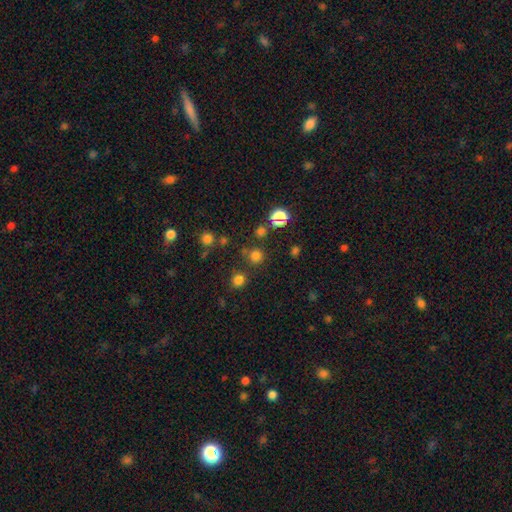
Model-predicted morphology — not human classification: Smooth or featured? smooth (72%)
How rounded? round (92%)
Merging? none (79%)